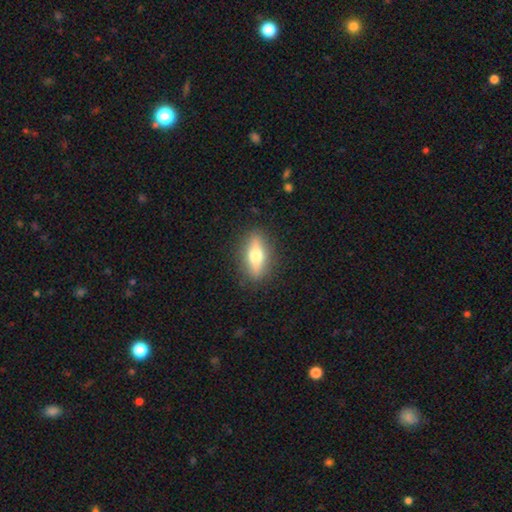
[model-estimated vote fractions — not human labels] This appears to be a smooth galaxy with no disk features (50%). Merging: none (87%).